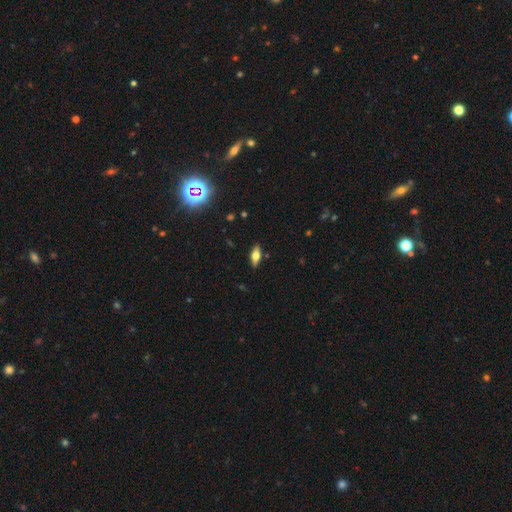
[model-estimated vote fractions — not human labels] smooth 57%, featured or disk 34%, star or artifact 9%. Down the decision tree: how rounded — in between (75%); merging — none (88%).